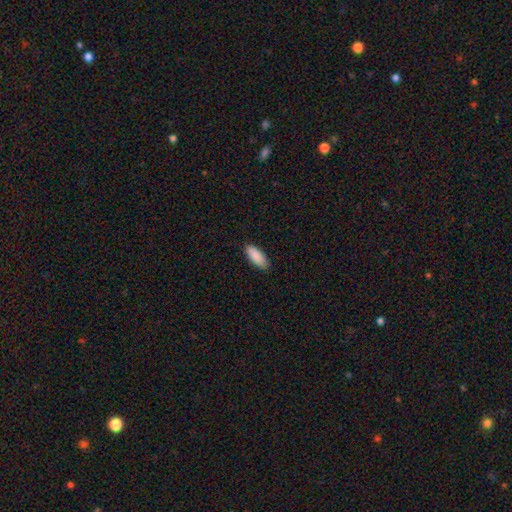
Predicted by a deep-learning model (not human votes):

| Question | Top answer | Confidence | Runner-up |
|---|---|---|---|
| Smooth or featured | smooth | 90% | star or artifact (6%) |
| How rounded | in between | 79% | cigar-shaped (19%) |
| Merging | none | 87% | minor disturbance (11%) |